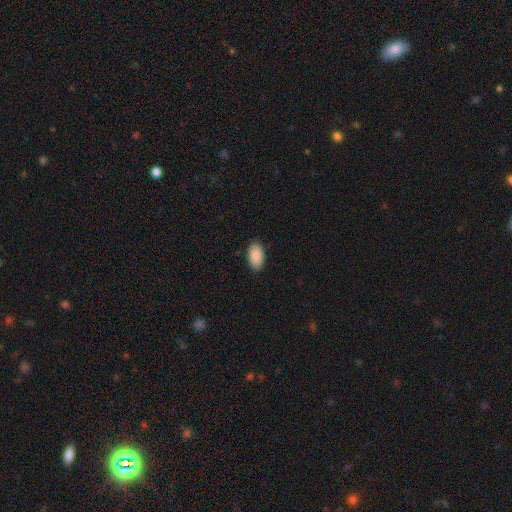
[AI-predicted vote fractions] This appears to be a smooth galaxy with no disk features (89%) that is in between round and cigar-shaped (95%). Merging: none (88%).